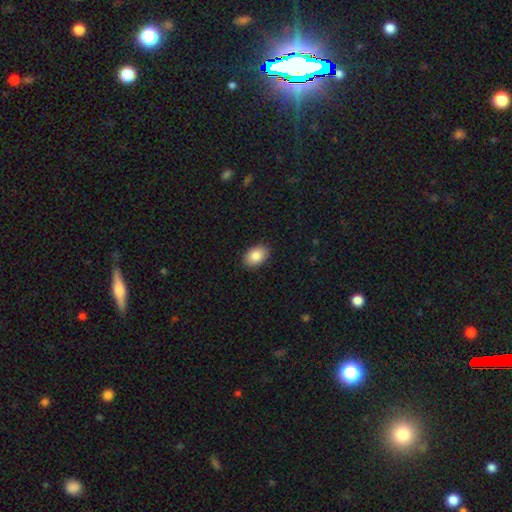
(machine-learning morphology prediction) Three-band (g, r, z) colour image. It shows a smooth galaxy with no disk features (87%) that is in between round and cigar-shaped (85%). Merging: none (89%).